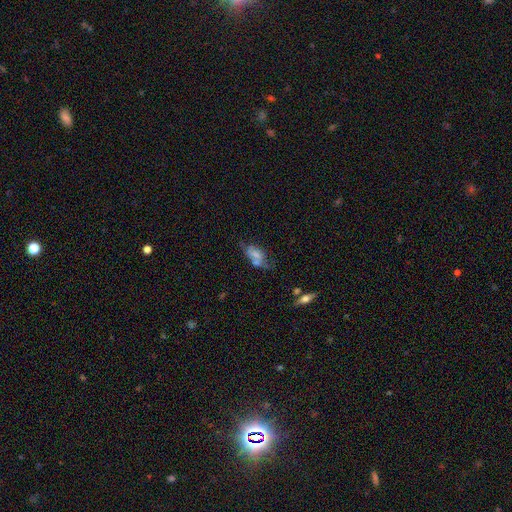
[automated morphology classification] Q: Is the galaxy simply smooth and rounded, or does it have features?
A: smooth — 56%.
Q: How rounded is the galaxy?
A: in between — 87%.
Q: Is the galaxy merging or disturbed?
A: none — 36%.